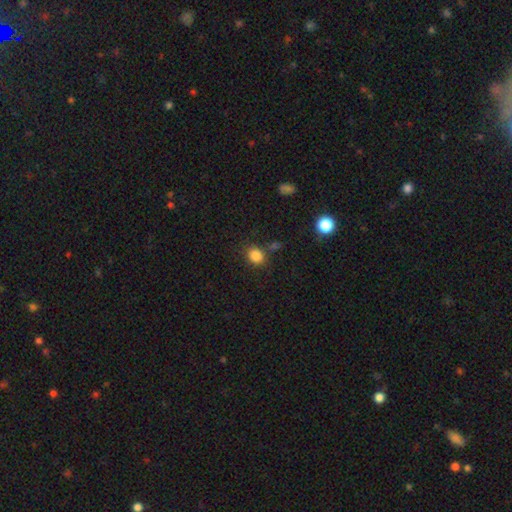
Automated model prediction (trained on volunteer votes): Smooth or featured: smooth — 85% (star or artifact — 11%)
How rounded: round — 65% (in between — 34%)
Merging: none — 78% (minor disturbance — 12%)